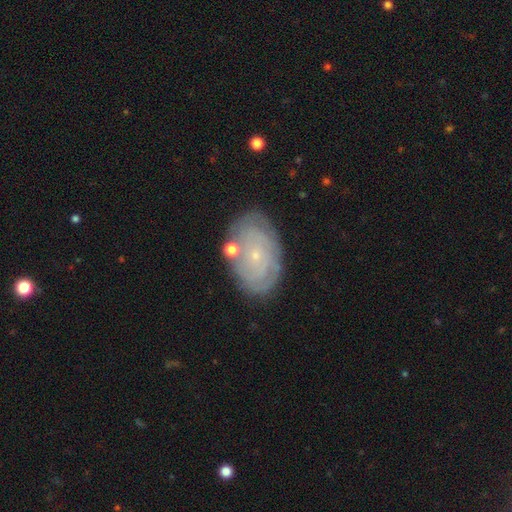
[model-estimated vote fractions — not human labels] smooth-or-featured: featured or disk: 74% | smooth: 19% | star or artifact: 7%
  disk-edge-on: no: 96% | yes: 4%
    bar: no: 83% | weak: 14% | strong: 3%
    has-spiral-arms: yes: 85% | no: 15%
      spiral-winding: tight: 81% | medium: 15% | loose: 5%
      spiral-arm-count: can't tell: 51% | 2: 14% | 4: 12% | 3: 11% | more than 4: 7% | 1: 5%
    bulge-size: small: 87% | moderate: 9% | none: 2% | large: 1% | dominant: 1%
  merging: none: 76% | minor disturbance: 15% | merger: 4% | major disturbance: 4%